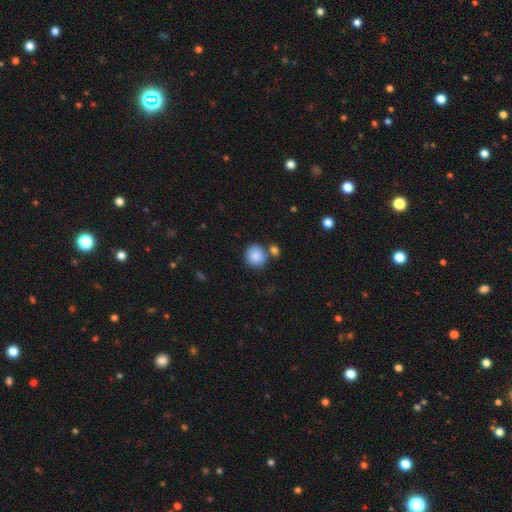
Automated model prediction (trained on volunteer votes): Smooth or featured? Predicted: smooth (p=0.85). How rounded? Predicted: round (p=0.86). Merging? Predicted: none (p=0.64).